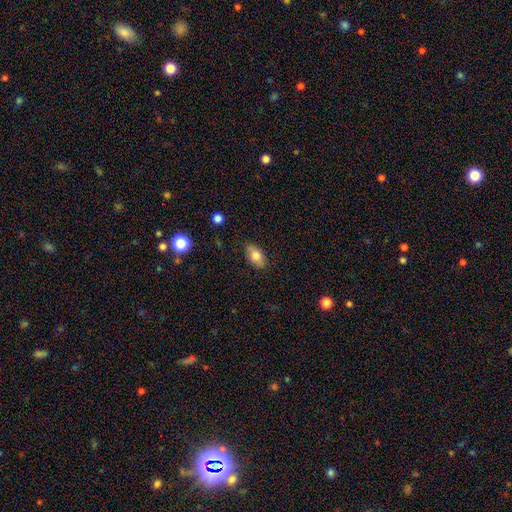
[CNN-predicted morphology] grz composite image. It shows a smooth galaxy with no disk features (76%) that is in between round and cigar-shaped (89%). Merging: none (85%).